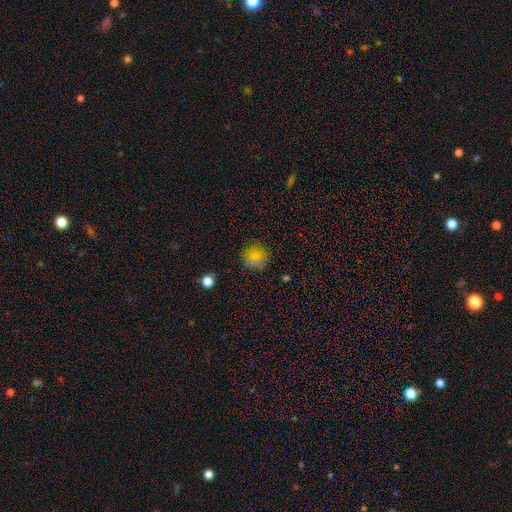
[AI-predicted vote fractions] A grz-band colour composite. It shows a smooth galaxy with no disk features (74%) that is round (92%). Merging: none (84%).